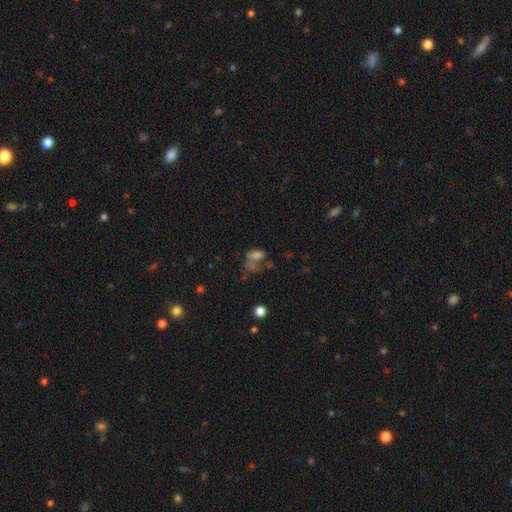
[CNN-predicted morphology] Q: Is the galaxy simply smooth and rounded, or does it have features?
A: smooth — 60%.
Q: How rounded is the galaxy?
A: in between — 78%.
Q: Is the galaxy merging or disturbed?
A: major disturbance — 33%.